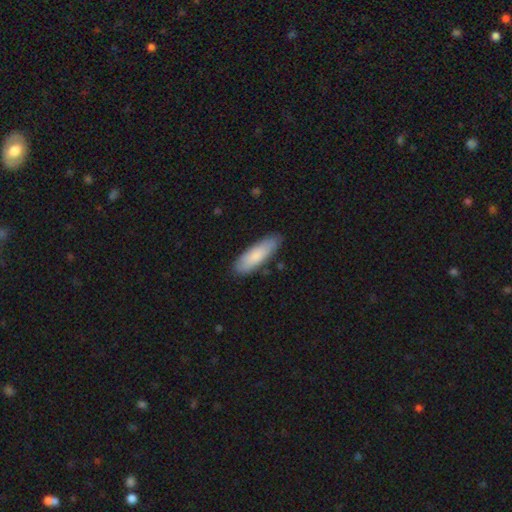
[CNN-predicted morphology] Smooth or featured? smooth (82%)
How rounded? in between (51%)
Merging? none (83%)